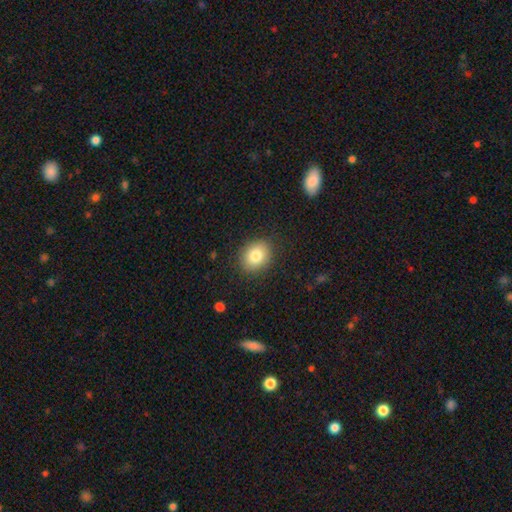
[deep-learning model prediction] A smooth galaxy with no disk features (82%) that is round (58%). Merging: none (87%).